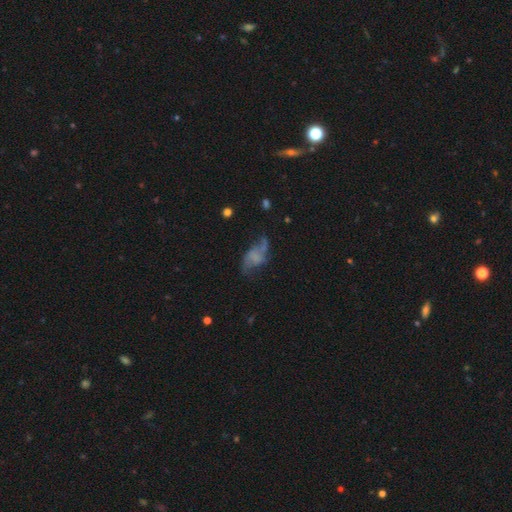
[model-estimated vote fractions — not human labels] Morphology: type=featured or disk (58%); edge-on=no (95%); bar=no (65%); spiral arms=yes (71%); bulge=none (74%); merging=none (44%).